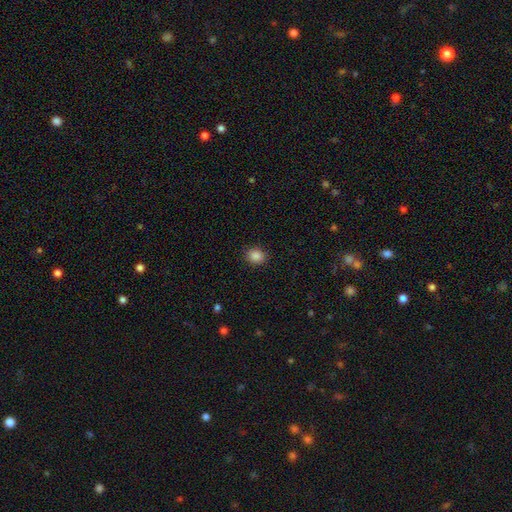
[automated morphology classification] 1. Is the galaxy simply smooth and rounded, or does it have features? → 87% smooth, 10% star or artifact, 3% featured or disk.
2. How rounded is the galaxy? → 68% round, 32% in between, 1% cigar-shaped.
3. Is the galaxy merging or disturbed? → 90% none, 7% minor disturbance, 2% major disturbance, 1% merger.